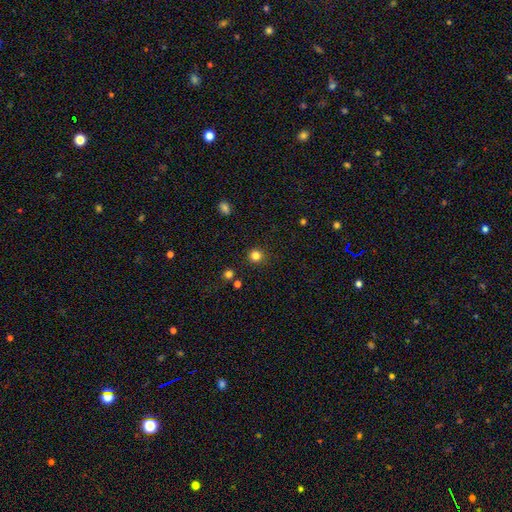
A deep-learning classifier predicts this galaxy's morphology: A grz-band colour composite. It shows a smooth galaxy with no disk features (82%) that is round (93%). Merging: none (90%).